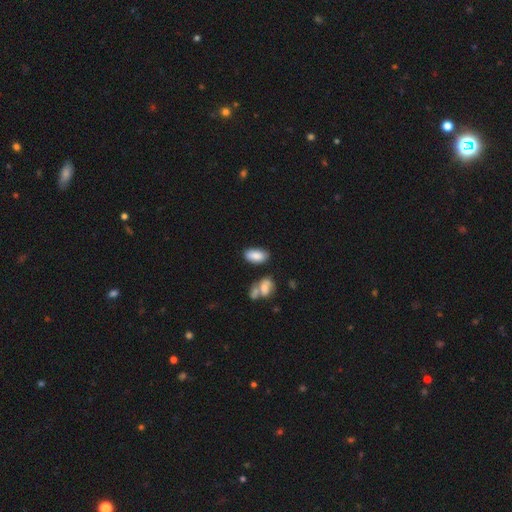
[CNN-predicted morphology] type=smooth (84%); roundness=in between (93%); merging=none (70%).